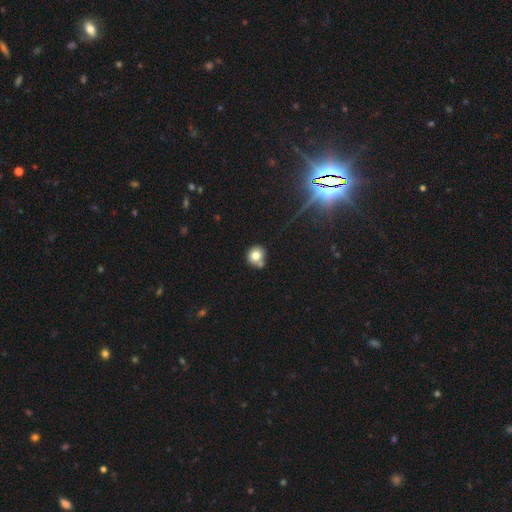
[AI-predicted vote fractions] Smooth or featured? smooth (78%)
How rounded? round (87%)
Merging? none (65%)